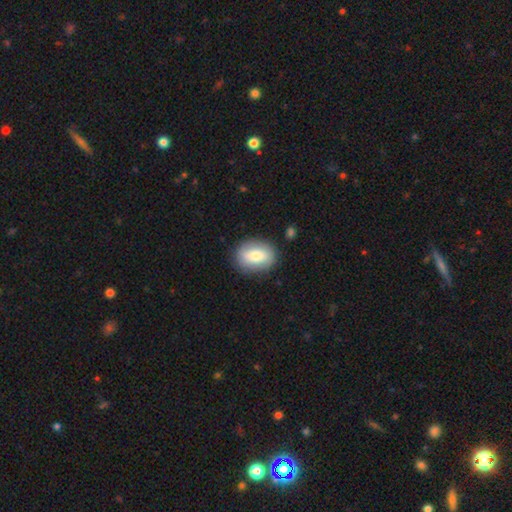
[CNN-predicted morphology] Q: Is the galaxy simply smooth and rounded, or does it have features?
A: smooth — 75%.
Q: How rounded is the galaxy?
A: in between — 75%.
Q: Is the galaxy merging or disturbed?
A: none — 84%.